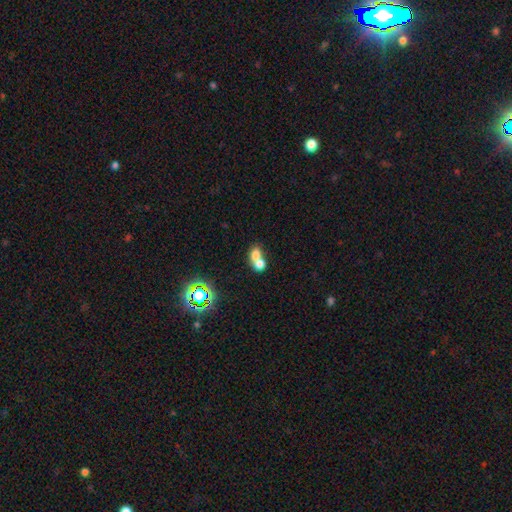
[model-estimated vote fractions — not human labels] smooth 70%, featured or disk 17%, star or artifact 13%. Down the decision tree: how rounded — in between (49%, tied with round); merging — merger (70%).